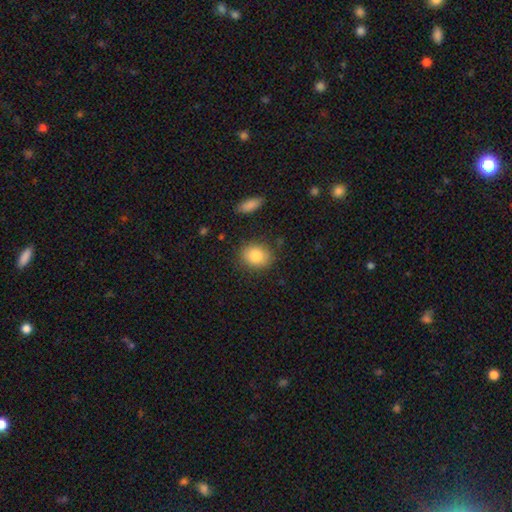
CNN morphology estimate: Smooth or featured? smooth (83%)
How rounded? round (50%)
Merging? none (84%)